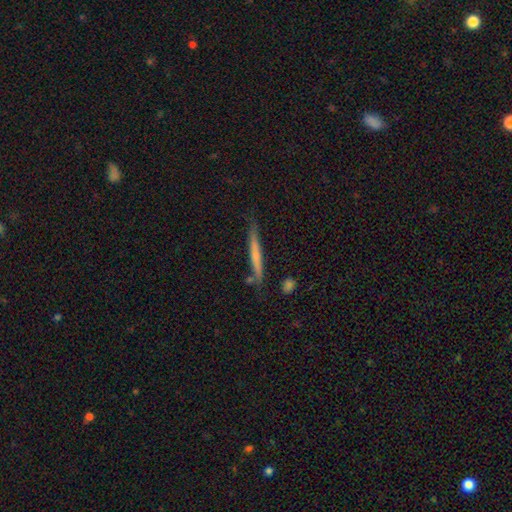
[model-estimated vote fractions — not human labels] This is possibly a smooth galaxy (48%). Merging: likely none (78%).